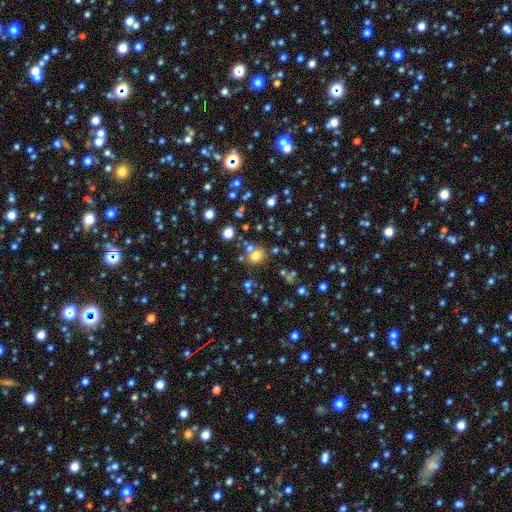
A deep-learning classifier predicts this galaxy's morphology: type=smooth (70%); roundness=round (69%); merging=none (67%).